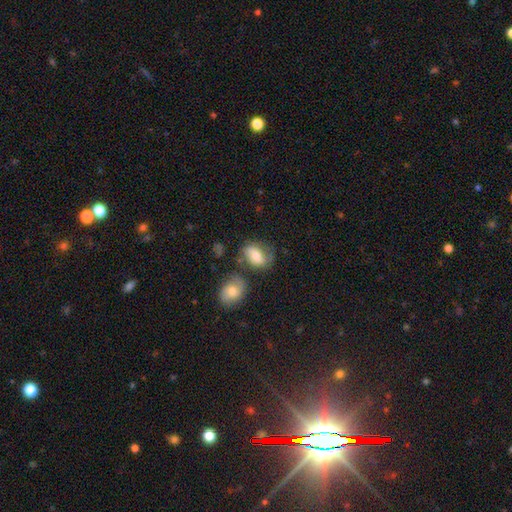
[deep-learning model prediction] Smooth or featured? smooth (65%)
How rounded? in between (80%)
Merging? none (56%)